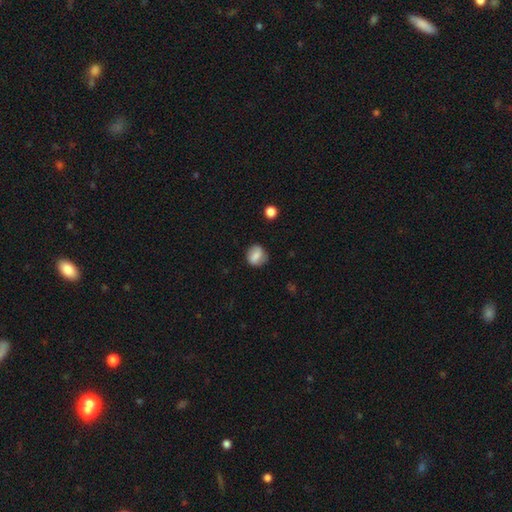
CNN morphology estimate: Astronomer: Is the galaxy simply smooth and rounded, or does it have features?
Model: smooth — 76%.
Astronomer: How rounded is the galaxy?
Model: round — 71%.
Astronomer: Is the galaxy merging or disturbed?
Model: none — 76%.